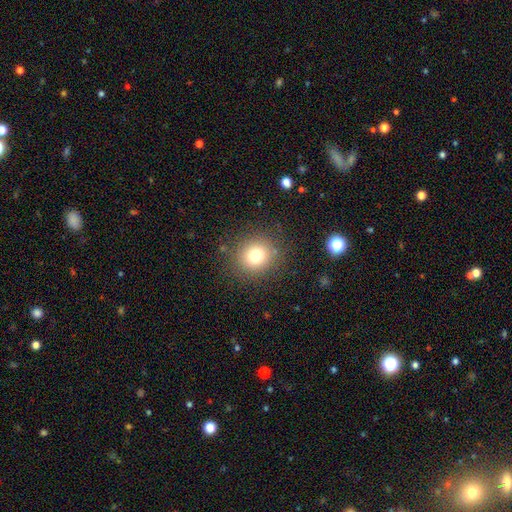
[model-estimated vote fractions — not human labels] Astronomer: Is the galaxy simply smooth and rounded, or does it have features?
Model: smooth — 76%.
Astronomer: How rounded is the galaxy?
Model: round — 86%.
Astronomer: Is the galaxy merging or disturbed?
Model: none — 86%.